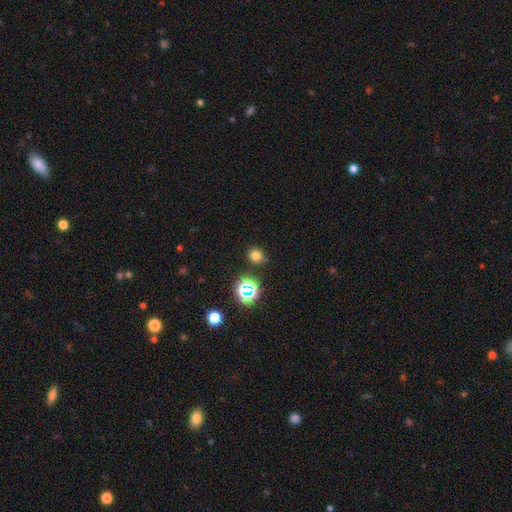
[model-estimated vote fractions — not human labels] The model was most divided on "smooth or featured": smooth: 72%, star or artifact: 22%, featured or disk: 6%. More confident: how rounded — round (83%); merging — none (79%).